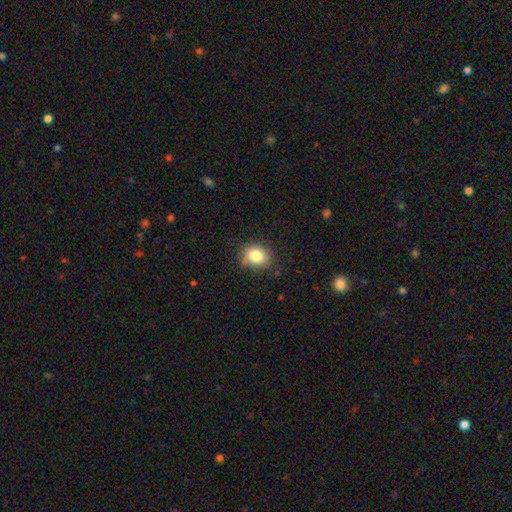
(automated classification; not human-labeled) smooth_or_featured: smooth (p=0.82) [alt: star or artifact p=0.10]
how_rounded: round (p=0.53) [alt: in between p=0.46]
merging: none (p=0.78) [alt: minor disturbance p=0.16]